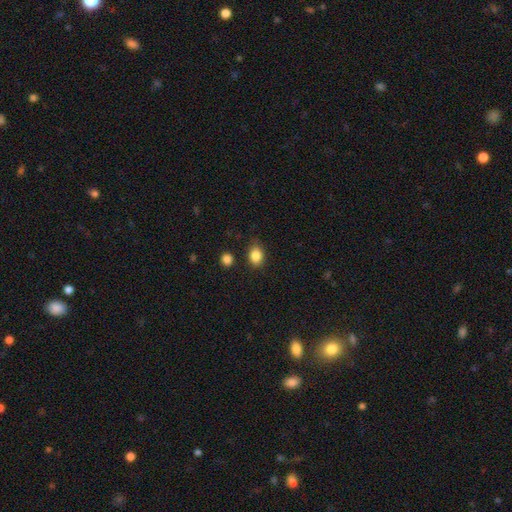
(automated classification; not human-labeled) Smooth or featured: smooth — 86% (star or artifact — 10%)
How rounded: in between — 60% (round — 39%)
Merging: none — 79% (minor disturbance — 15%)